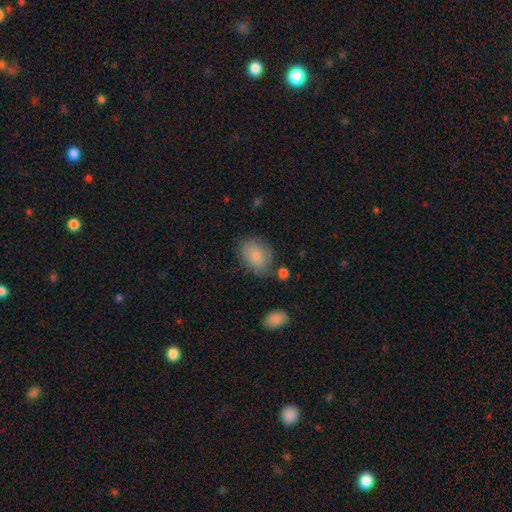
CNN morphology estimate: Smooth or featured? Predicted: smooth (p=0.81). How rounded? Predicted: in between (p=0.63). Merging? Predicted: none (p=0.70).